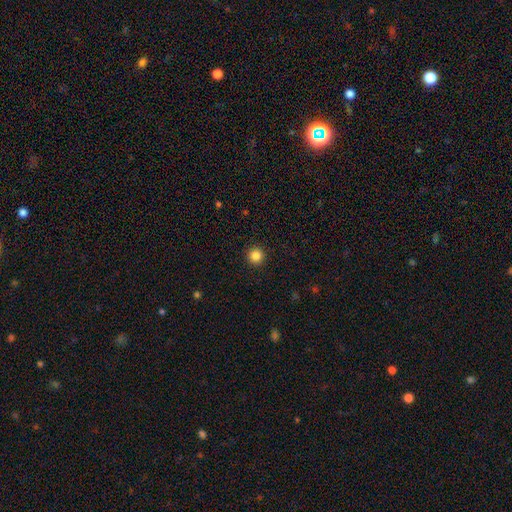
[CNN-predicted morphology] This is clearly a smooth galaxy (85%). How rounded: clearly round (96%). Merging: clearly none (93%).